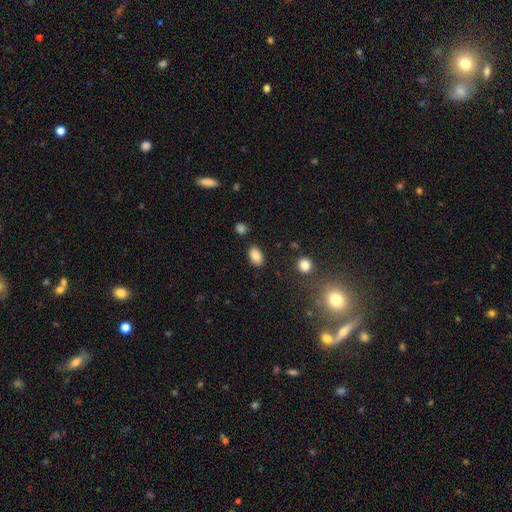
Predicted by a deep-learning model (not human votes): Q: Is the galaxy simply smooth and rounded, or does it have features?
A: smooth — 87%.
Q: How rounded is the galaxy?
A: in between — 91%.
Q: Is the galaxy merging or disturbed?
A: none — 85%.